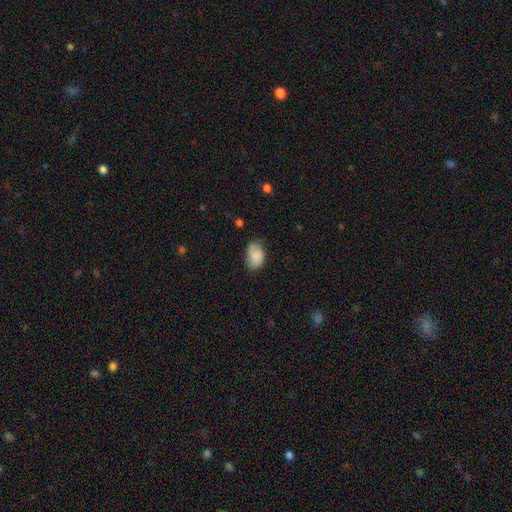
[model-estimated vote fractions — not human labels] The model was most divided on "merging": none: 68%, minor disturbance: 26%, major disturbance: 5%, merger: 1%. More confident: how rounded — in between (87%); smooth or featured — smooth (80%).